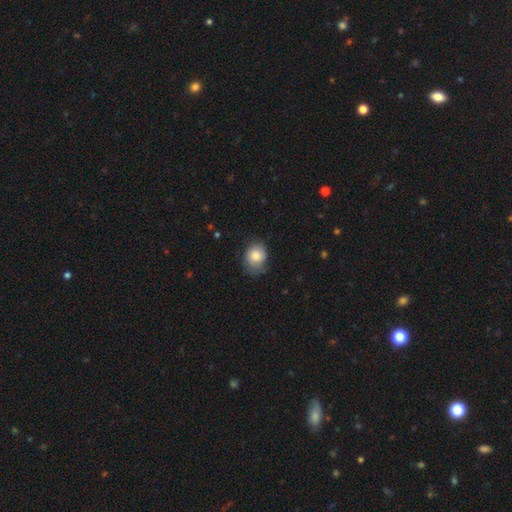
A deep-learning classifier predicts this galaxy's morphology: A smooth galaxy with no disk features (78%) that is round (56%).

Vote fractions:
- Smooth or featured? smooth: 78% / featured or disk: 14% / star or artifact: 7%
- How rounded? round: 56% / in between: 43% / cigar-shaped: 1%
- Merging? none: 60% / minor disturbance: 30% / major disturbance: 9% / merger: 1%